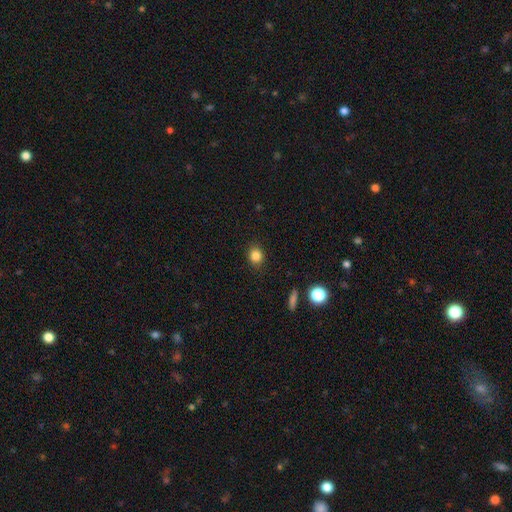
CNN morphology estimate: Q: Smooth or featured?
A: smooth (84%); runner-up: star or artifact (11%)
Q: How rounded?
A: round (74%); runner-up: in between (25%)
Q: Merging?
A: none (88%); runner-up: minor disturbance (8%)